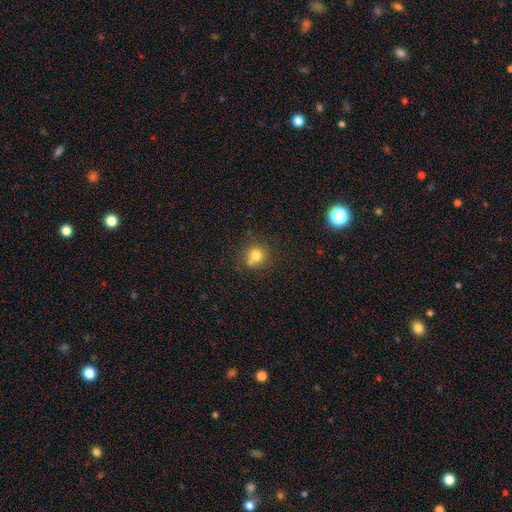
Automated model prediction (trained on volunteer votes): Q: Smooth or featured?
A: smooth (77%); runner-up: star or artifact (13%)
Q: How rounded?
A: round (85%); runner-up: in between (15%)
Q: Merging?
A: none (60%); runner-up: merger (21%)